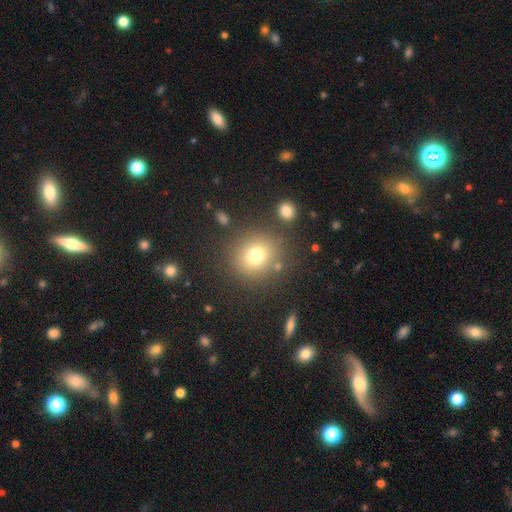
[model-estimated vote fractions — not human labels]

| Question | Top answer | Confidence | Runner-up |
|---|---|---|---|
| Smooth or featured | smooth | 74% | star or artifact (15%) |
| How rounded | round | 85% | in between (14%) |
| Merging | none | 81% | minor disturbance (9%) |